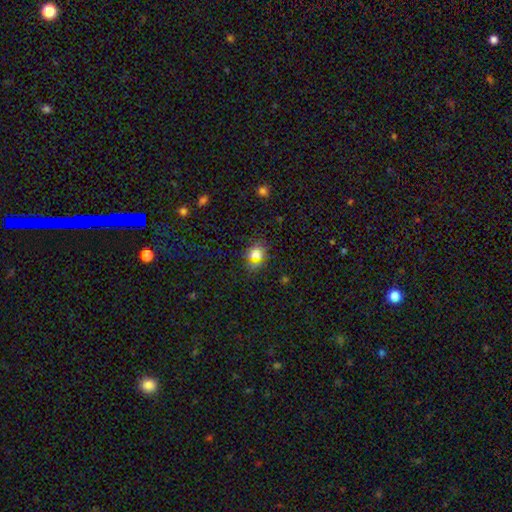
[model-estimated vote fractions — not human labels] The model was most divided on "how rounded": round: 63%, in between: 34%, cigar-shaped: 3%. More confident: merging — none (82%); smooth or featured — smooth (67%).